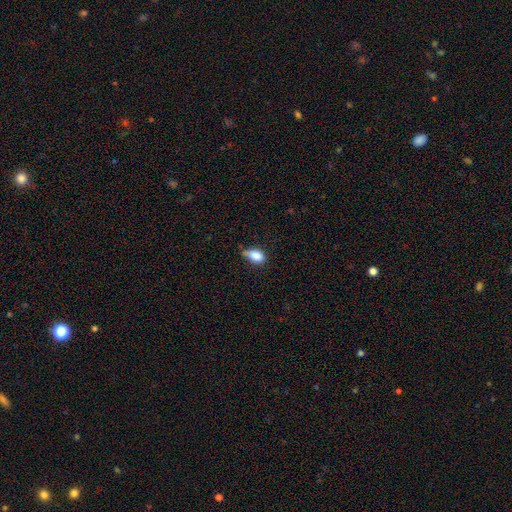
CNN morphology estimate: smooth-or-featured: smooth: 84% | star or artifact: 8% | featured or disk: 8%
  how-rounded: in between: 86% | round: 10% | cigar-shaped: 4%
  merging: minor disturbance: 45% | none: 36% | major disturbance: 14% | merger: 4%